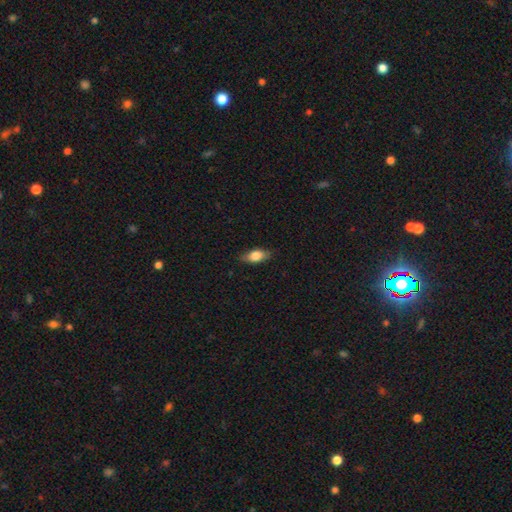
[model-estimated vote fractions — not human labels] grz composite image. It shows a smooth galaxy with no disk features (79%) that is in between round and cigar-shaped (85%). Merging: none (82%).